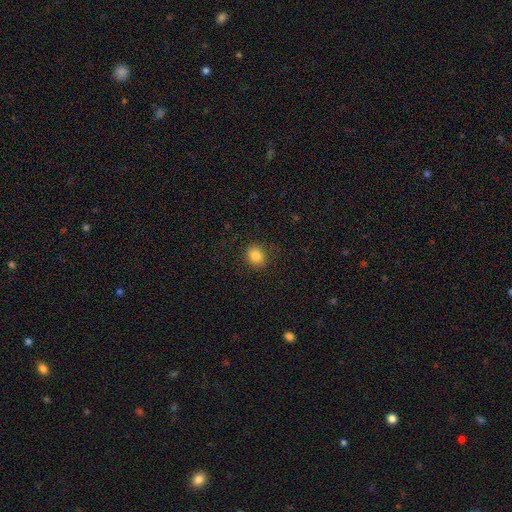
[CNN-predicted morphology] This appears to be a smooth galaxy with no disk features (83%) that is round (69%). Merging: none (84%).